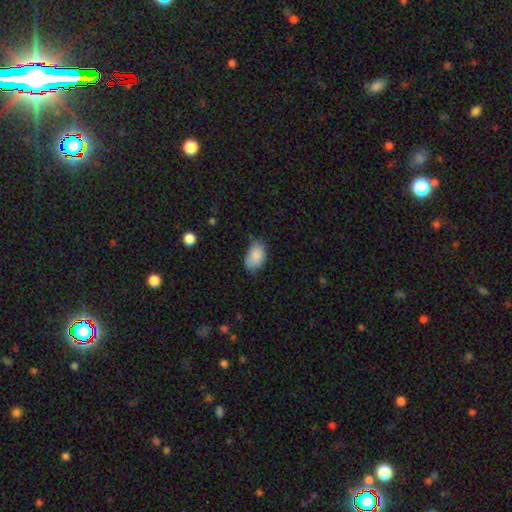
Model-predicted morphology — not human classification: A smooth galaxy with no disk features (87%) that is in between round and cigar-shaped (90%).

Vote fractions:
- Smooth or featured? smooth: 87% / star or artifact: 7% / featured or disk: 6%
- How rounded? in between: 90% / round: 9% / cigar-shaped: 1%
- Merging? none: 64% / minor disturbance: 29% / major disturbance: 6% / merger: 2%